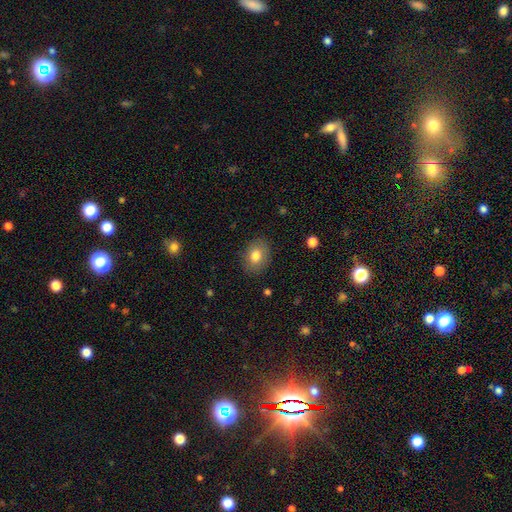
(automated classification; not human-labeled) Overall: smooth (80%). How rounded: in between (62%; round 37%). Merging: none (85%).